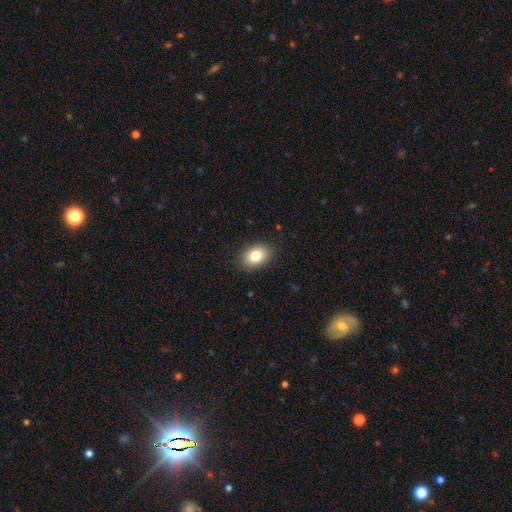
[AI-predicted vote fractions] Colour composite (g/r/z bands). It shows a smooth galaxy with no disk features (81%) that is in between round and cigar-shaped (73%). Merging: none (86%).